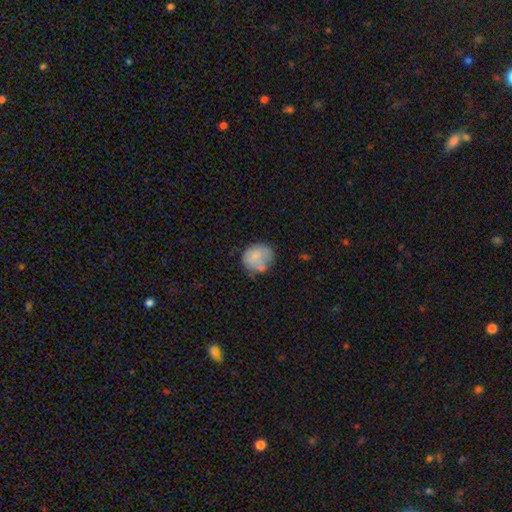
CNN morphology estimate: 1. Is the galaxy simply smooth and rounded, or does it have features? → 76% smooth, 16% featured or disk, 8% star or artifact.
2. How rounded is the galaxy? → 79% round, 20% in between, 1% cigar-shaped.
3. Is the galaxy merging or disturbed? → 52% none, 28% minor disturbance, 12% major disturbance, 8% merger.